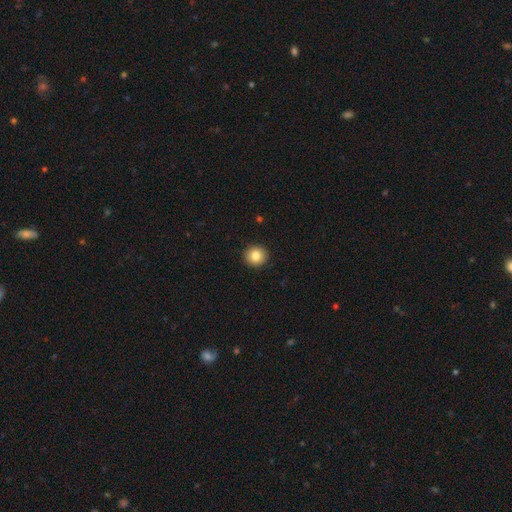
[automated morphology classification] type=smooth (83%); roundness=round (92%); merging=none (93%).